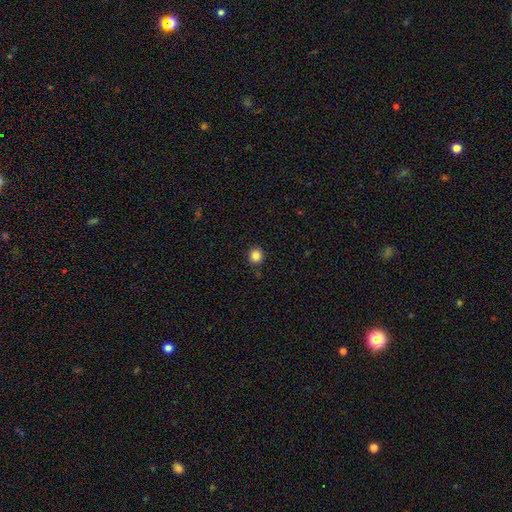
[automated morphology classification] Smooth or featured: smooth — 85% (star or artifact — 11%)
How rounded: round — 89% (in between — 10%)
Merging: none — 89% (minor disturbance — 8%)